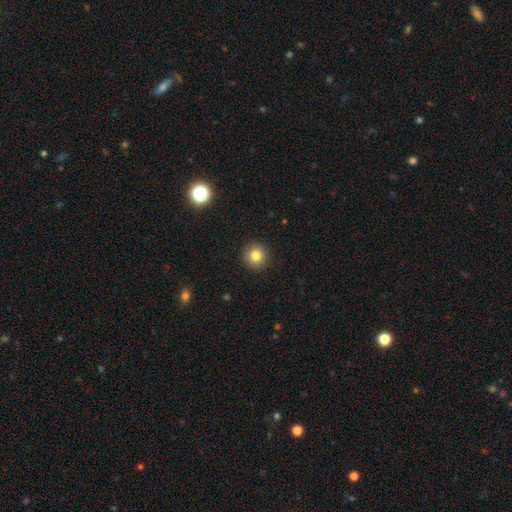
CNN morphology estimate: A smooth galaxy with no disk features (81%) that is round (93%).

Vote fractions:
- Smooth or featured? smooth: 81% / star or artifact: 11% / featured or disk: 8%
- How rounded? round: 93% / in between: 6% / cigar-shaped: 1%
- Merging? none: 91% / minor disturbance: 6% / major disturbance: 2% / merger: 1%